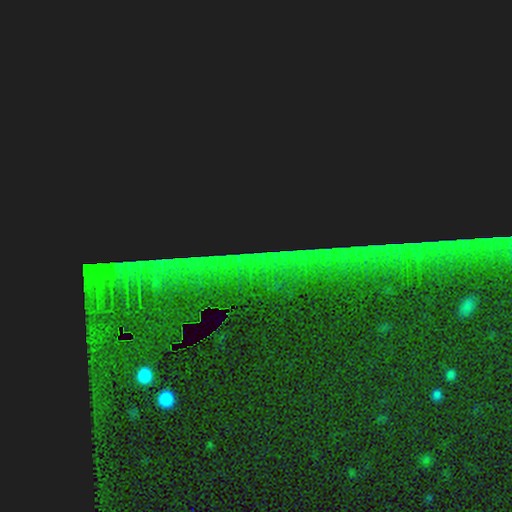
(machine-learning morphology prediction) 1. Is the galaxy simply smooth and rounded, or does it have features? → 88% star or artifact, 6% featured or disk, 5% smooth.